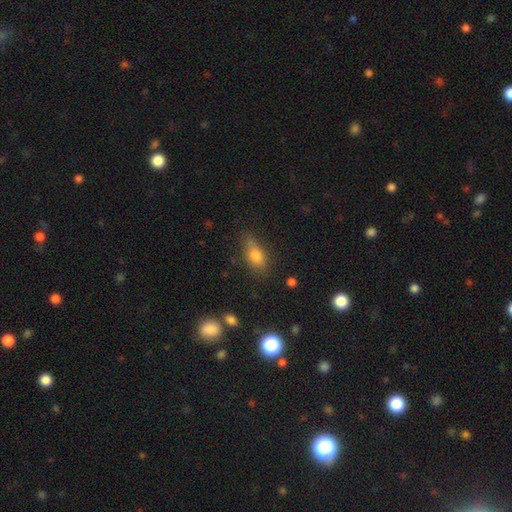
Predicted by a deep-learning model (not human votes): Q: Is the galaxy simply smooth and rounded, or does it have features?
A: smooth — 74%.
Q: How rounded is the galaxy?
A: in between — 76%.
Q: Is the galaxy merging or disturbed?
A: none — 62%.